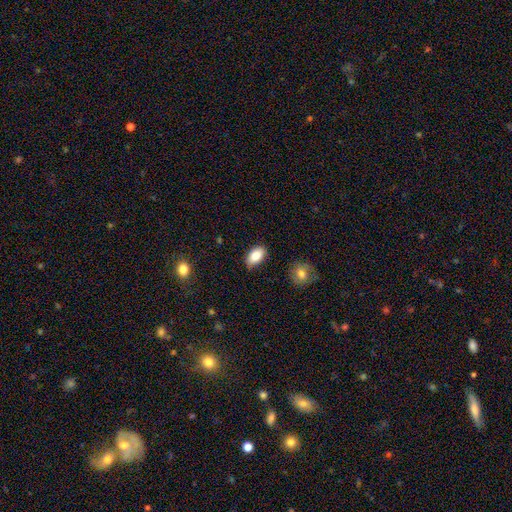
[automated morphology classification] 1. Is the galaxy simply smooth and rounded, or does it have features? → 84% smooth, 9% featured or disk, 8% star or artifact.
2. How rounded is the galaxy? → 92% in between, 6% round, 2% cigar-shaped.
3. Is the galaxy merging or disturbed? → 79% none, 17% minor disturbance, 3% major disturbance, 2% merger.